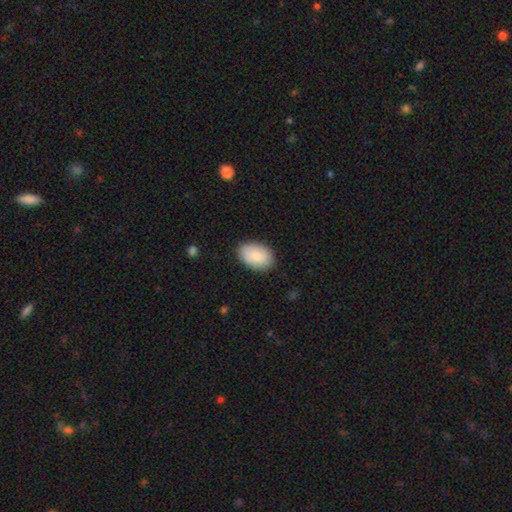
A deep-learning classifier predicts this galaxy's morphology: This appears to be a smooth galaxy with no disk features (83%) that is in between round and cigar-shaped (88%). Merging: none (84%).